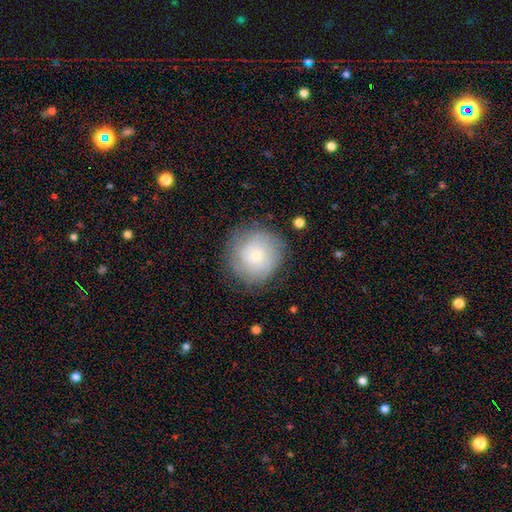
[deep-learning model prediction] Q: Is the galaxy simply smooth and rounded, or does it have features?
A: featured or disk — 46%.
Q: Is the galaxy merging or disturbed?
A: none — 80%.